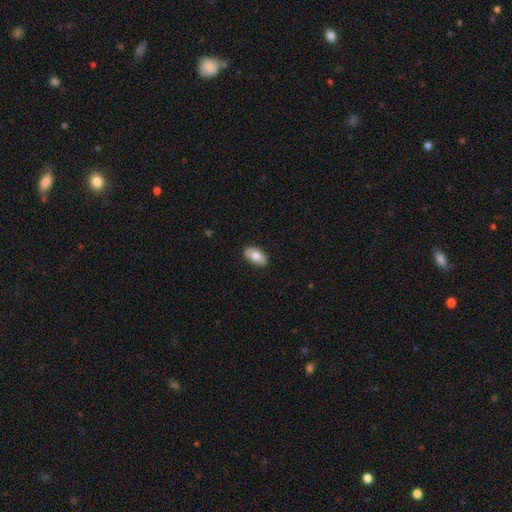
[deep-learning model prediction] The model was most divided on "smooth or featured": smooth: 66%, featured or disk: 27%, star or artifact: 7%. More confident: how rounded — in between (92%); merging — none (82%).